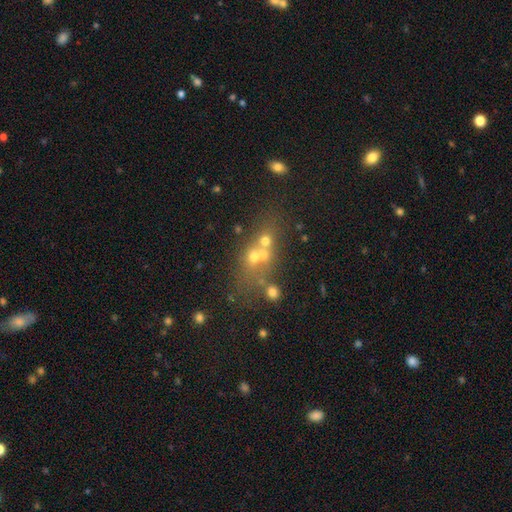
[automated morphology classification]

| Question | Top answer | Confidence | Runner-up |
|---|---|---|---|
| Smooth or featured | smooth | 40% | featured or disk (34%) |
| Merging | merger | 49% | none (34%) |